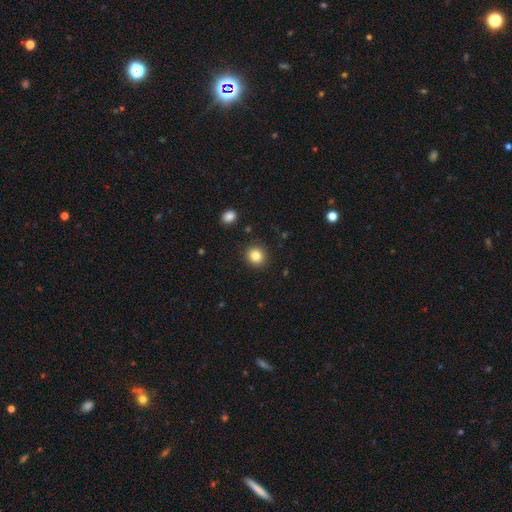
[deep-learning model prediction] Overall: smooth (83%). How rounded: round (87%). Merging: none (90%).